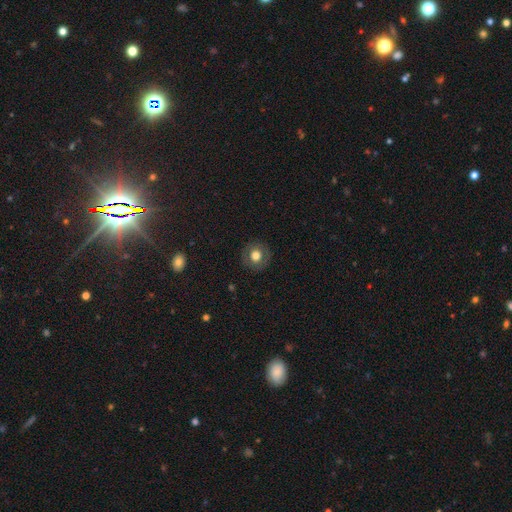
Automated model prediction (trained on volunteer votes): Smooth or featured: smooth — 67% (featured or disk — 23%)
How rounded: round — 89% (in between — 10%)
Merging: none — 87% (minor disturbance — 8%)